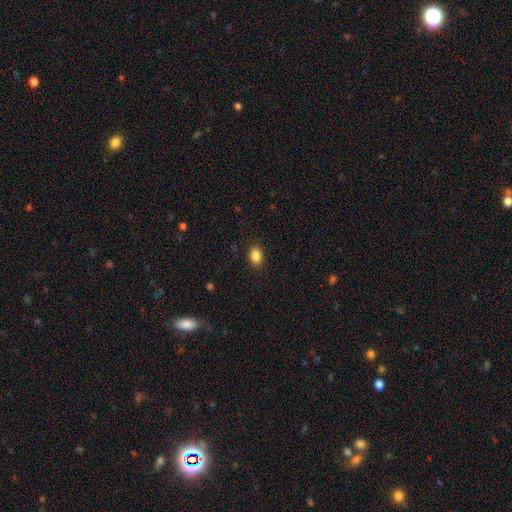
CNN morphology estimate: type=smooth (87%); roundness=in between (79%); merging=none (89%).